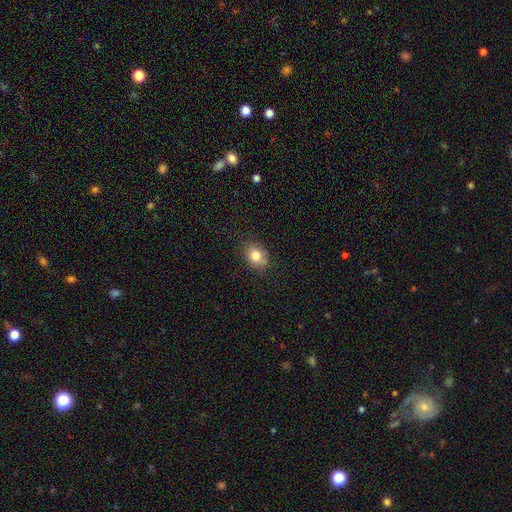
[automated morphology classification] smooth_or_featured: smooth (p=0.81) [alt: star or artifact p=0.10]
how_rounded: in between (p=0.63) [alt: round p=0.36]
merging: none (p=0.76) [alt: minor disturbance p=0.18]